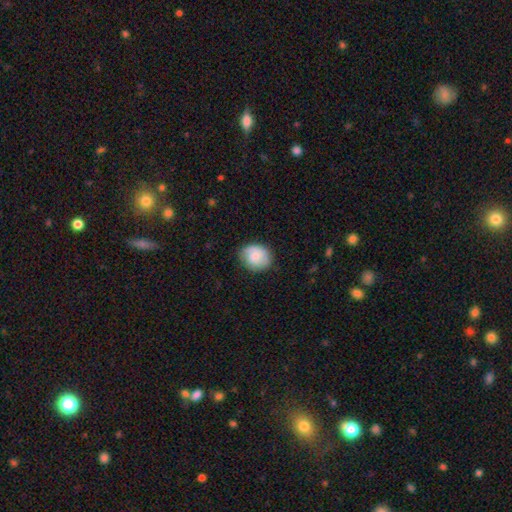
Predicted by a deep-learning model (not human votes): smooth_or_featured: smooth (p=0.62) [alt: featured or disk p=0.31]
how_rounded: round (p=0.70) [alt: in between p=0.29]
merging: none (p=0.72) [alt: minor disturbance p=0.21]